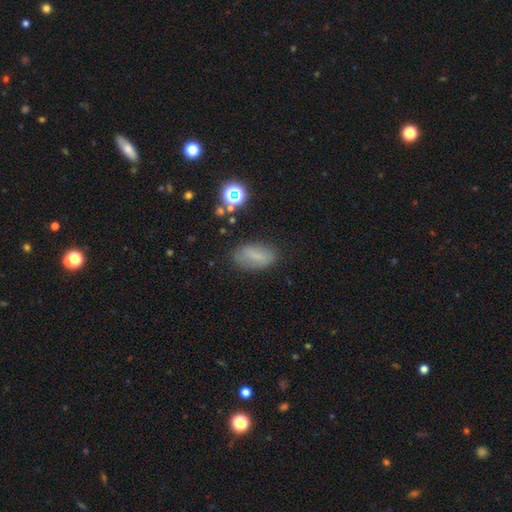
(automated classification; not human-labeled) Q: Smooth or featured?
A: smooth (70%); runner-up: featured or disk (16%)
Q: How rounded?
A: in between (89%); runner-up: cigar-shaped (6%)
Q: Merging?
A: none (76%); runner-up: minor disturbance (17%)